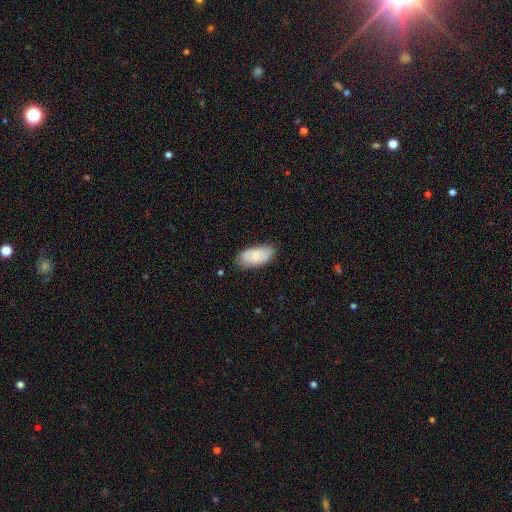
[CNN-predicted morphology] A smooth galaxy with no disk features (69%) that is in between round and cigar-shaped (94%).

Vote fractions:
- Smooth or featured? smooth: 69% / featured or disk: 24% / star or artifact: 6%
- How rounded? in between: 94% / cigar-shaped: 4% / round: 2%
- Merging? none: 77% / minor disturbance: 18% / major disturbance: 3% / merger: 1%